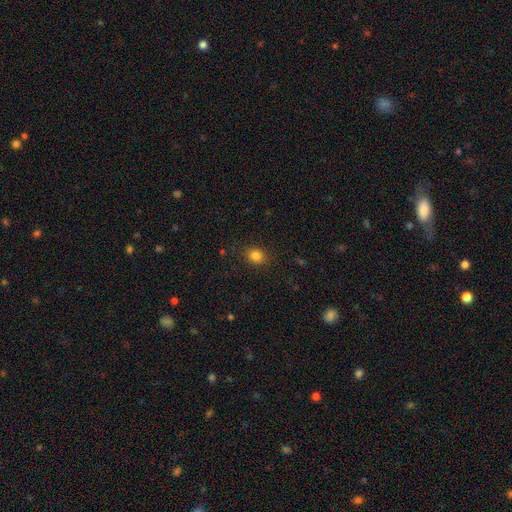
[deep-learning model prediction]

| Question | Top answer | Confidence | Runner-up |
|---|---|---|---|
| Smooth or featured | smooth | 83% | star or artifact (12%) |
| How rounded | round | 69% | in between (30%) |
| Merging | none | 87% | minor disturbance (9%) |